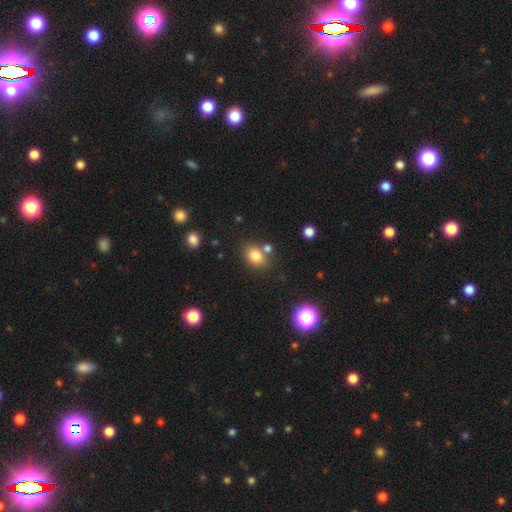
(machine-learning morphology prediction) A smooth galaxy with no disk features (81%) that is in between round and cigar-shaped (55%). Merging: none (70%).